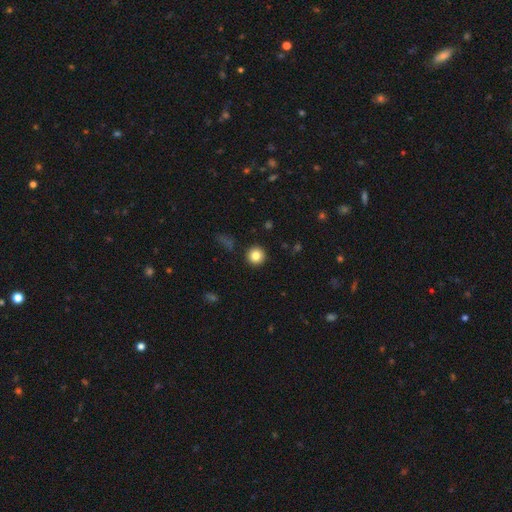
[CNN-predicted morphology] Smooth or featured? smooth (84%)
How rounded? round (95%)
Merging? none (92%)